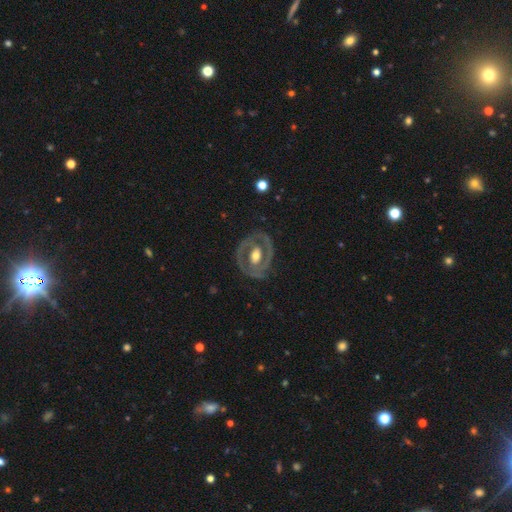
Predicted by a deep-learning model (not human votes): This is likely a featured or disk galaxy (74%). It is clearly not viewed edge-on (95%). Bar: possibly no (49%). Spiral arm pattern: possibly no (55%). Central bulge: likely moderate (65%). Merging: likely none (73%).